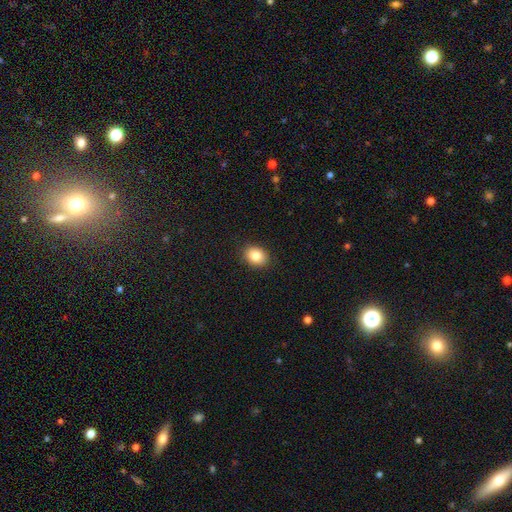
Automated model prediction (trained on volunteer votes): The model was most divided on "how rounded": in between: 58%, round: 41%, cigar-shaped: 1%. More confident: merging — none (90%); smooth or featured — smooth (85%).